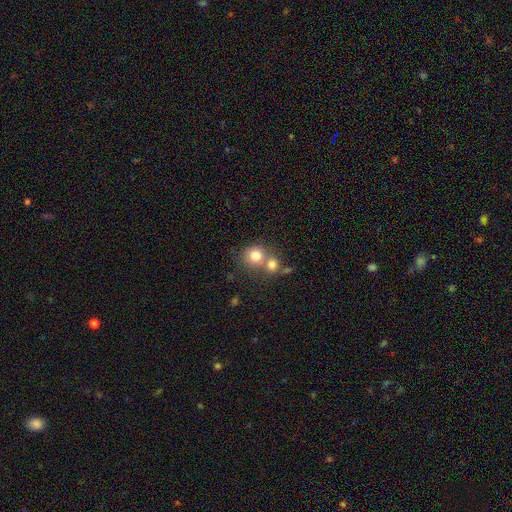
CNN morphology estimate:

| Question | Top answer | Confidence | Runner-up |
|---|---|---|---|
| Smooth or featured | smooth | 77% | featured or disk (12%) |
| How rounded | round | 85% | in between (14%) |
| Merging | none | 45% | tied: merger (45%) |